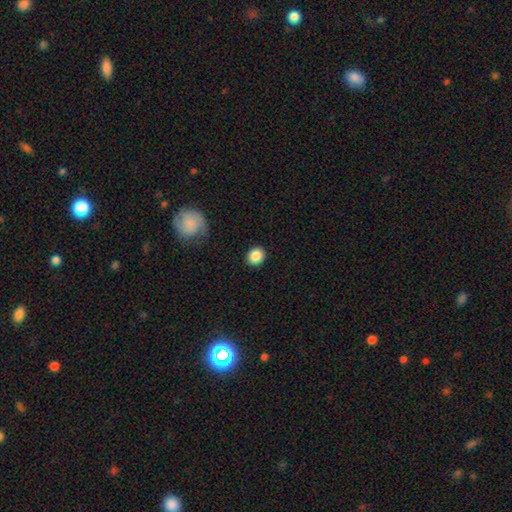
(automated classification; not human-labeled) smooth_or_featured: smooth (p=0.87) [alt: star or artifact p=0.09]
how_rounded: round (p=0.72) [alt: in between p=0.27]
merging: none (p=0.89) [alt: minor disturbance p=0.07]